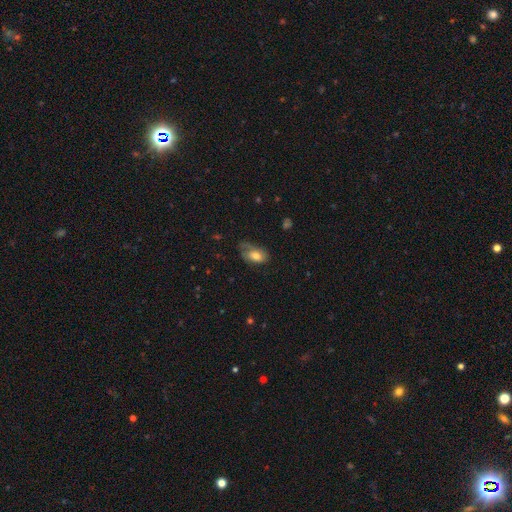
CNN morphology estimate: A smooth galaxy with no disk features (70%) that is in between round and cigar-shaped (89%). Merging: none (40%).